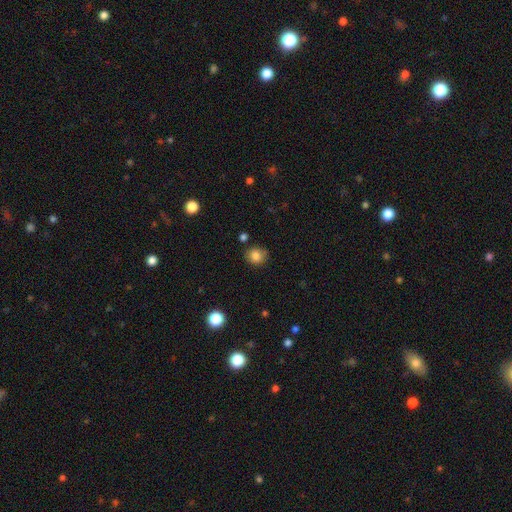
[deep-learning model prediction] Overall: smooth (83%). How rounded: round (80%). Merging: none (83%).